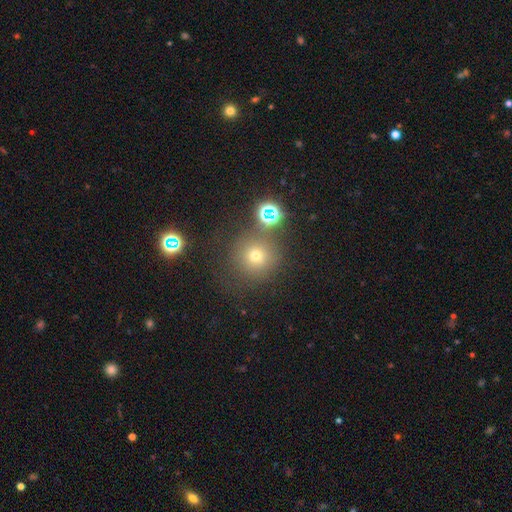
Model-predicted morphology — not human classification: Smooth or featured? smooth (66%)
How rounded? round (94%)
Merging? none (75%)